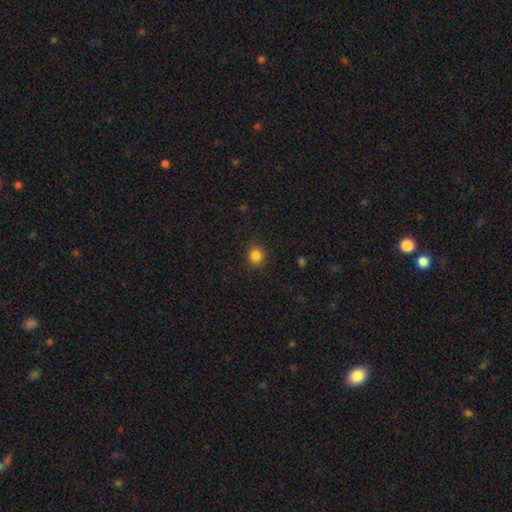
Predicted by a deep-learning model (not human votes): Morphology: type=smooth (85%); roundness=round (88%); merging=none (89%).